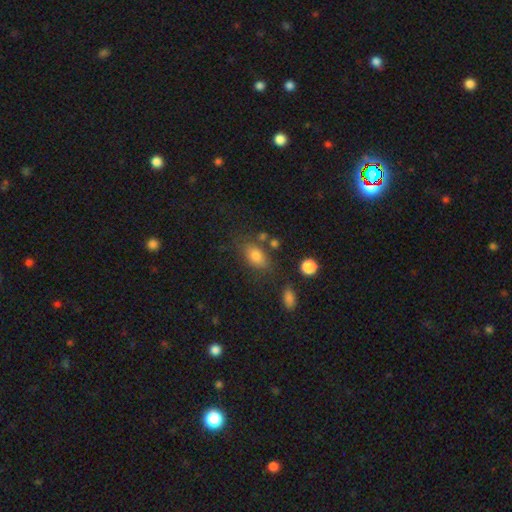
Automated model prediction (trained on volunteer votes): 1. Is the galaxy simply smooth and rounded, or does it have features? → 78% smooth, 11% featured or disk, 11% star or artifact.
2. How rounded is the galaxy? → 84% in between, 12% round, 5% cigar-shaped.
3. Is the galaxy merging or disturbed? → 67% none, 18% minor disturbance, 9% merger, 7% major disturbance.